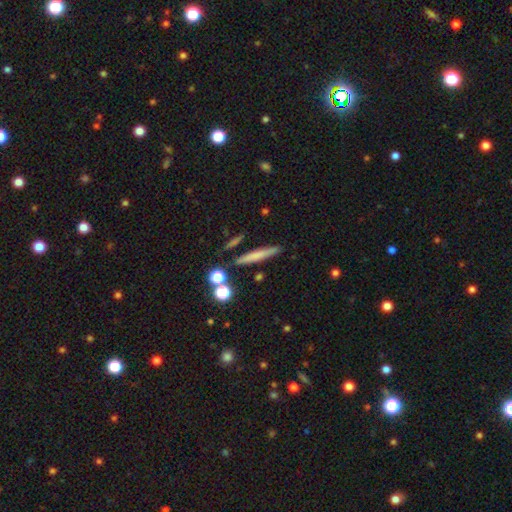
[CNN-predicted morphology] The model was most divided on "smooth or featured": smooth: 63%, featured or disk: 28%, star or artifact: 9%. More confident: how rounded — cigar-shaped (91%); merging — none (85%).